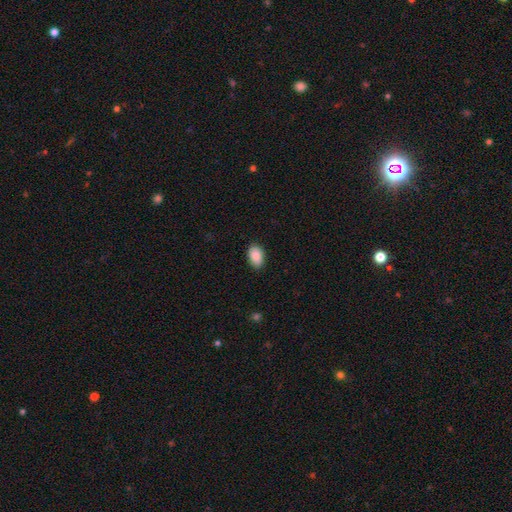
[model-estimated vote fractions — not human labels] Smooth or featured?
  - smooth: 89% *
  - star or artifact: 7%
  - featured or disk: 4%
How rounded?
  - in between: 92% *
  - round: 7%
  - cigar-shaped: 1%
Merging?
  - none: 87% *
  - minor disturbance: 10%
  - major disturbance: 2%
  - merger: 1%